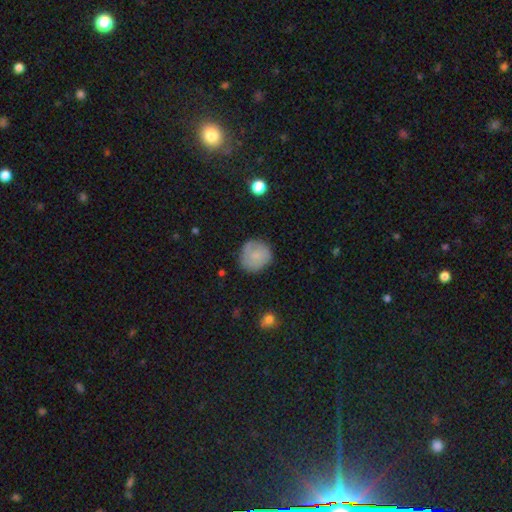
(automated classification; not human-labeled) Smooth or featured? Predicted: smooth (p=0.71). How rounded? Predicted: round (p=0.88). Merging? Predicted: none (p=0.75).